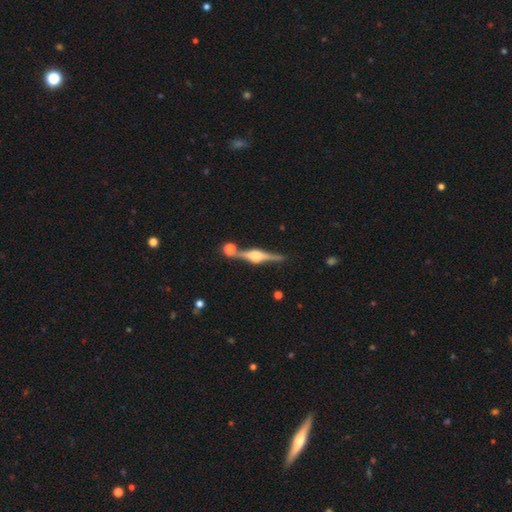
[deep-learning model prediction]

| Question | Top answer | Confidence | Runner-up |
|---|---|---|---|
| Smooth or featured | featured or disk | 86% | smooth (9%) |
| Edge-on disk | yes | 98% | no (2%) |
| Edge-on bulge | rounded | 88% | boxy (10%) |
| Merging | none | 81% | merger (9%) |